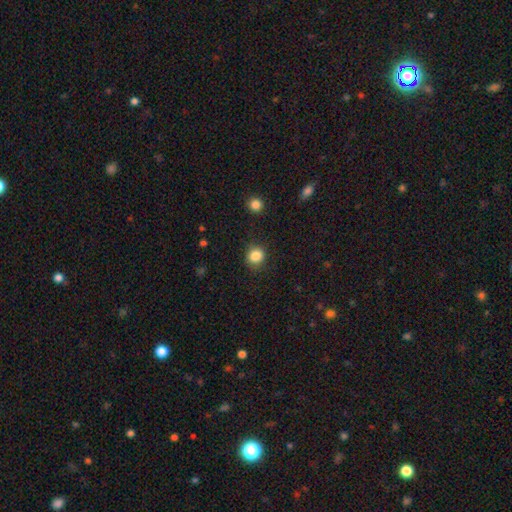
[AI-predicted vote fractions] Morphology: type=smooth (85%); roundness=round (79%); merging=none (84%).